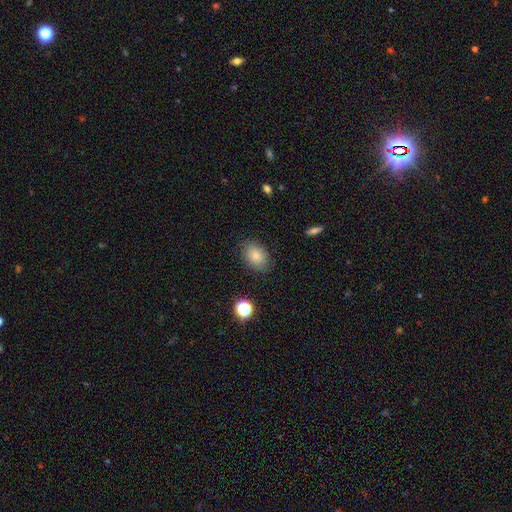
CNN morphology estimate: smooth 82%, star or artifact 10%, featured or disk 9%. Down the decision tree: how rounded — in between (77%); merging — none (83%).